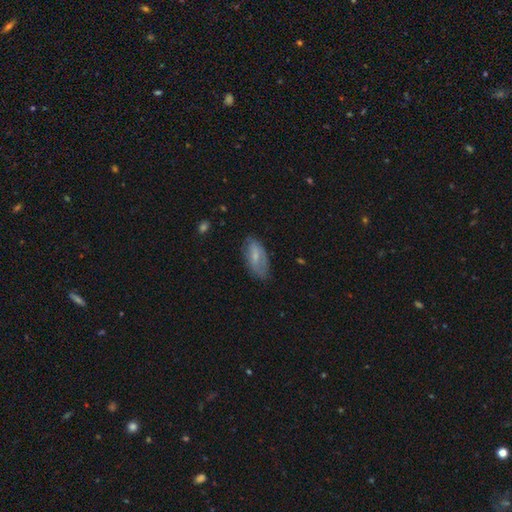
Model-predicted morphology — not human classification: smooth_or_featured: smooth (p=0.57) [alt: featured or disk p=0.36]
how_rounded: in between (p=0.88) [alt: cigar-shaped p=0.09]
merging: none (p=0.68) [alt: minor disturbance p=0.24]